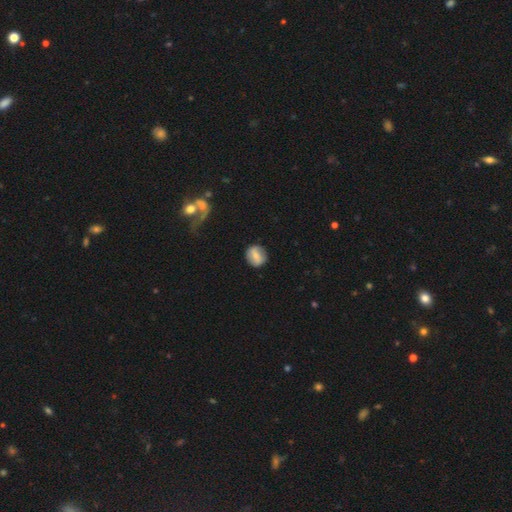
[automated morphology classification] This is likely a smooth galaxy (61%). How rounded: likely round (73%). Merging: clearly none (82%).